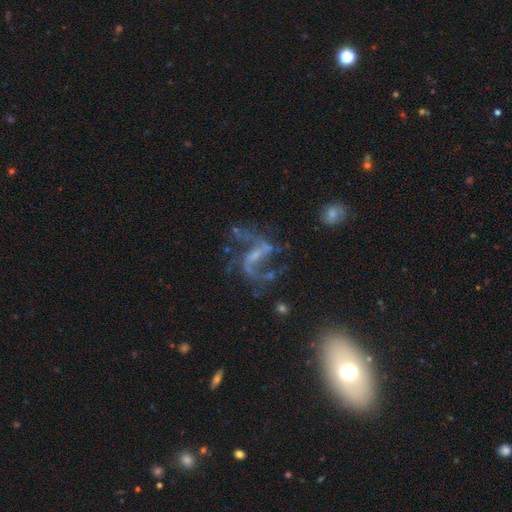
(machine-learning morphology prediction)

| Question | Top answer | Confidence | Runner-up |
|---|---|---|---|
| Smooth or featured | featured or disk | 76% | star or artifact (15%) |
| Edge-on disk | no | 94% | yes (6%) |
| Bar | weak | 39% | strong (34%) |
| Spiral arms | yes | 86% | no (14%) |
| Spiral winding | loose | 63% | medium (28%) |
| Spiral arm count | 2 | 82% | can't tell (7%) |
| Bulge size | small | 51% | none (31%) |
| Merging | none | 57% | major disturbance (19%) |